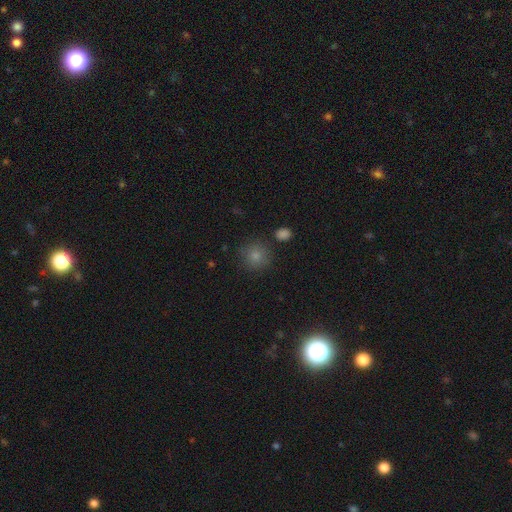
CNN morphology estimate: smooth-or-featured: smooth: 82% | star or artifact: 11% | featured or disk: 7%
  how-rounded: round: 91% | in between: 8% | cigar-shaped: 1%
  merging: none: 81% | minor disturbance: 11% | major disturbance: 4% | merger: 4%